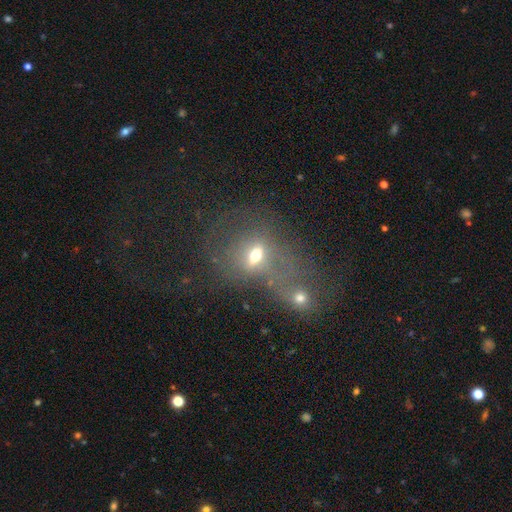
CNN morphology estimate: Smooth or featured? Predicted: smooth (p=0.46). Merging? Predicted: merger (p=0.40).